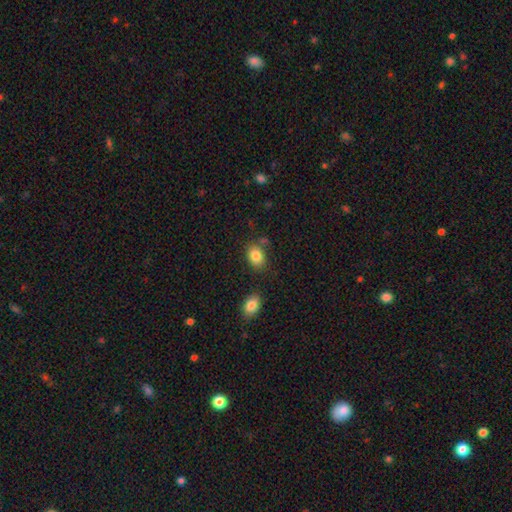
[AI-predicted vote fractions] Morphology: type=smooth (85%); roundness=in between (74%); merging=none (73%).